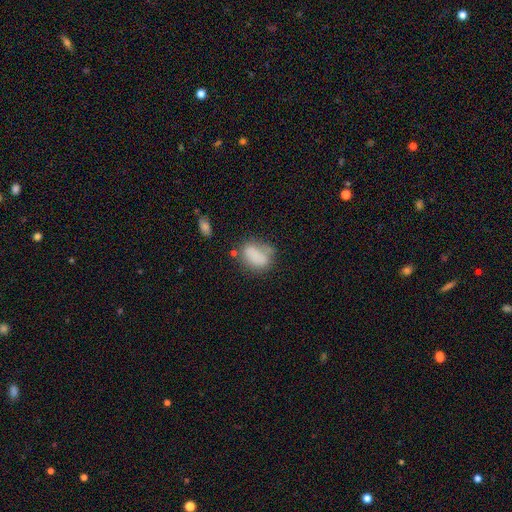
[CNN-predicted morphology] smooth_or_featured: smooth (p=0.77) [alt: featured or disk p=0.13]
how_rounded: in between (p=0.83) [alt: round p=0.14]
merging: none (p=0.45) [alt: minor disturbance p=0.27]